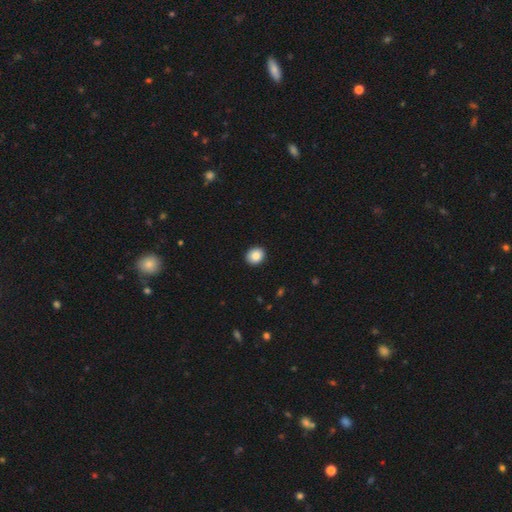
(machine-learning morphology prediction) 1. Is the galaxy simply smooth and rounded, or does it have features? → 87% smooth, 8% star or artifact, 5% featured or disk.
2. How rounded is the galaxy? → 67% round, 32% in between, 1% cigar-shaped.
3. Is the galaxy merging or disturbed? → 92% none, 6% minor disturbance, 1% major disturbance, 1% merger.